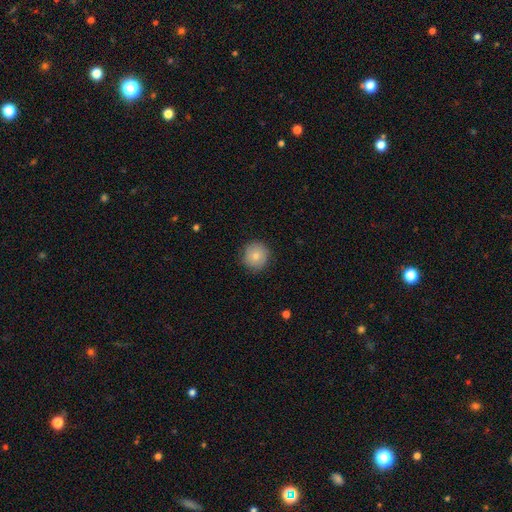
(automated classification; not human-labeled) smooth 79%, featured or disk 13%, star or artifact 8%. Down the decision tree: how rounded — round (93%); merging — none (86%).